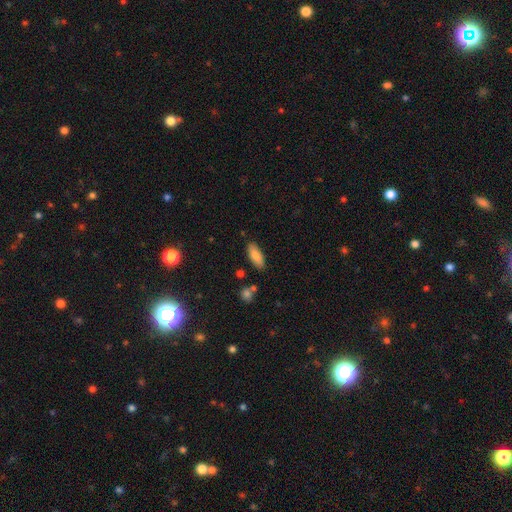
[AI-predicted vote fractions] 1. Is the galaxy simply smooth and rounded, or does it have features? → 84% smooth, 9% featured or disk, 7% star or artifact.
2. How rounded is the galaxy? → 78% in between, 20% cigar-shaped, 2% round.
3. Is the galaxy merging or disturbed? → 83% none, 11% minor disturbance, 3% merger, 2% major disturbance.